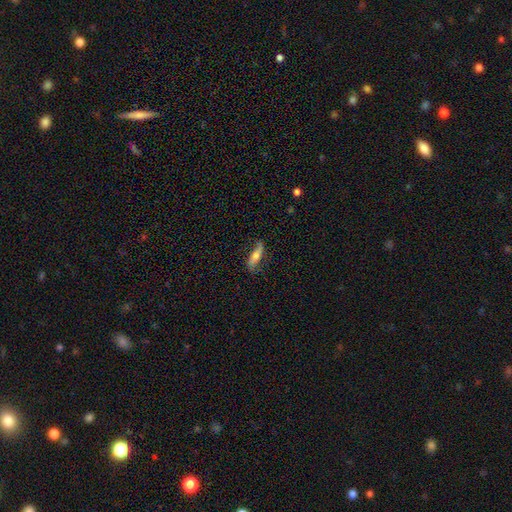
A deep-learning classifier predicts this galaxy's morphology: The model was most divided on "smooth or featured": featured or disk: 47%, smooth: 46%, star or artifact: 6%. More confident: merging — none (68%).